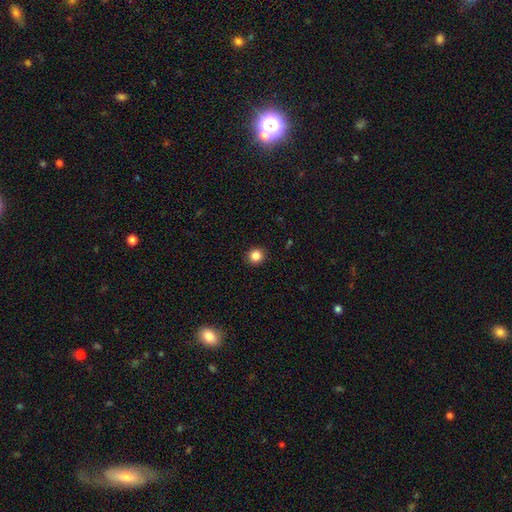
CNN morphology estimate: Smooth or featured? Predicted: smooth (p=0.85). How rounded? Predicted: round (p=0.93). Merging? Predicted: none (p=0.92).